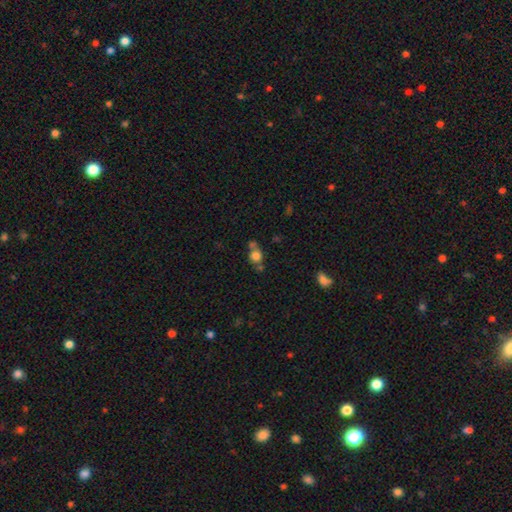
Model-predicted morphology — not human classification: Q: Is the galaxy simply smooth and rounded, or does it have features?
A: smooth — 73%.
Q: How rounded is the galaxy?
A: round — 71%.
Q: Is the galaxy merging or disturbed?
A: none — 47%.